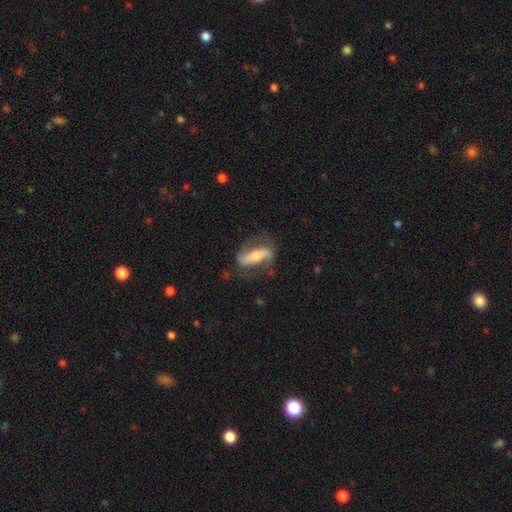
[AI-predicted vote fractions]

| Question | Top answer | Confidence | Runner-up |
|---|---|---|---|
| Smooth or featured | featured or disk | 76% | smooth (19%) |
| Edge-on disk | no | 88% | yes (12%) |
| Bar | strong | 57% | no (22%) |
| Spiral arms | yes | 89% | no (11%) |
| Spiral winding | loose | 44% | medium (38%) |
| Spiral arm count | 2 | 89% | can't tell (5%) |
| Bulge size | moderate | 47% | small (39%) |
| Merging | none | 67% | minor disturbance (19%) |